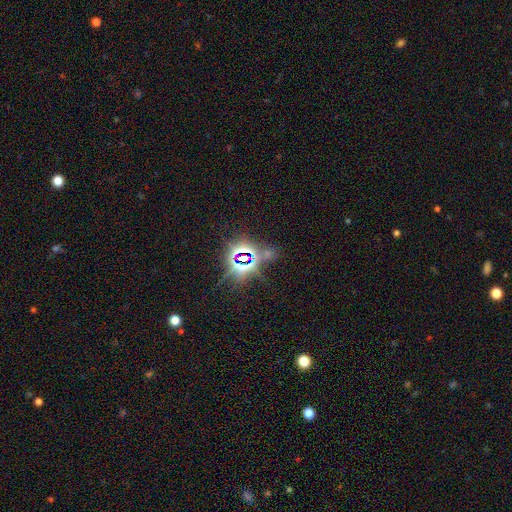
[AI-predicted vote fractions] smooth-or-featured: star or artifact: 72% | smooth: 16% | featured or disk: 12%